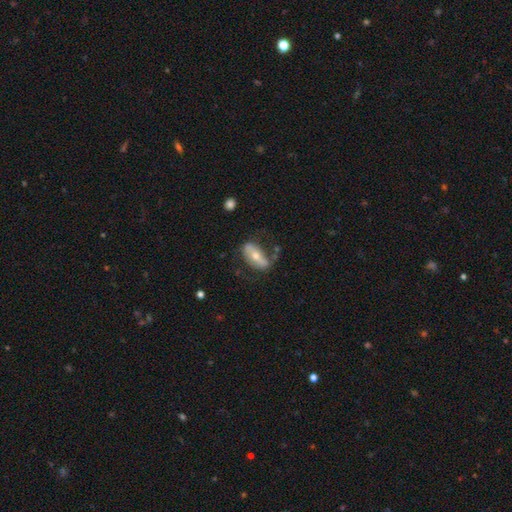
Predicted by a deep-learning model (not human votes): Smooth or featured?
  - featured or disk: 52% *
  - smooth: 41%
  - star or artifact: 7%
Edge-on disk?
  - no: 76% *
  - yes: 24%
Merging?
  - none: 58% *
  - minor disturbance: 25%
  - major disturbance: 12%
  - merger: 5%